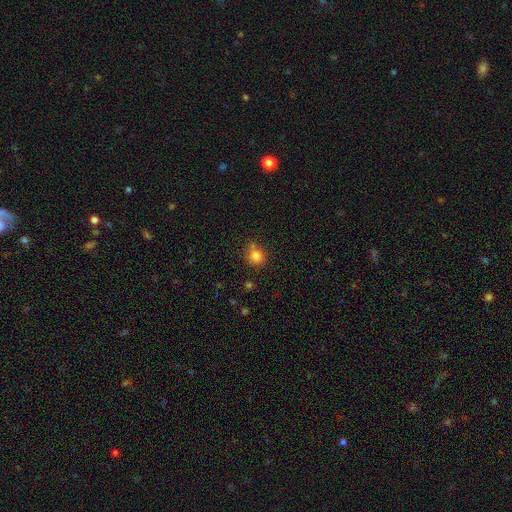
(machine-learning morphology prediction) Smooth or featured: smooth — 81% (star or artifact — 12%)
How rounded: round — 81% (in between — 18%)
Merging: none — 71% (merger — 13%)